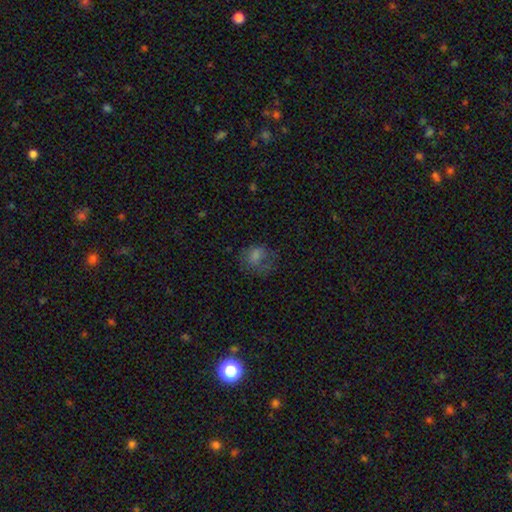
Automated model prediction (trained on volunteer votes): Overall: smooth (59%; star or artifact 22%). How rounded: round (61%; in between 38%). Merging: none (53%; minor disturbance 23%).